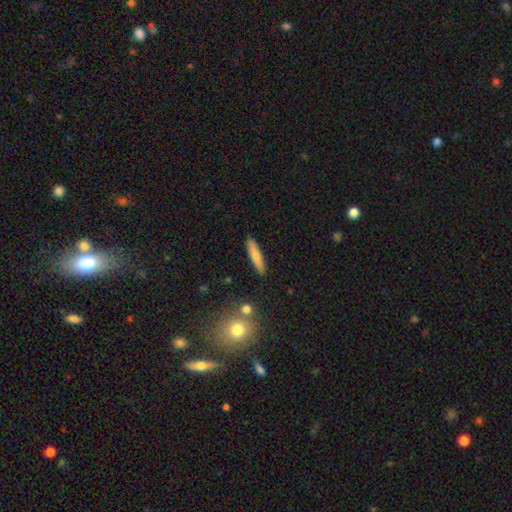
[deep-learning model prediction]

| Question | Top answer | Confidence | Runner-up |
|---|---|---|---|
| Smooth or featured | smooth | 69% | featured or disk (24%) |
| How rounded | cigar-shaped | 83% | in between (15%) |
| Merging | none | 89% | minor disturbance (8%) |